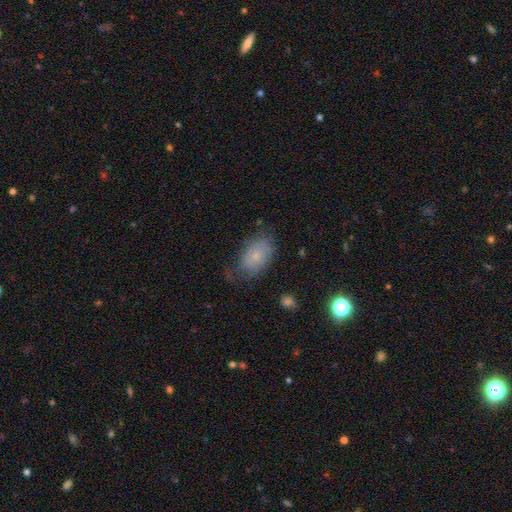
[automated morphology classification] Q: Smooth or featured?
A: smooth (64%); runner-up: featured or disk (28%)
Q: How rounded?
A: in between (88%); runner-up: round (10%)
Q: Merging?
A: none (55%); runner-up: minor disturbance (30%)